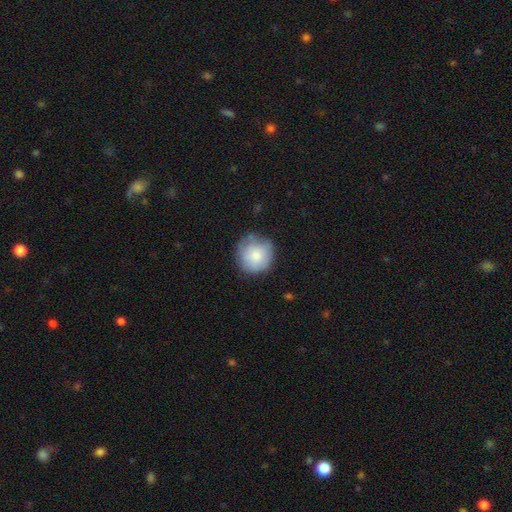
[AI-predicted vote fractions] Smooth or featured? Predicted: smooth (p=0.79). How rounded? Predicted: round (p=0.91). Merging? Predicted: none (p=0.70).